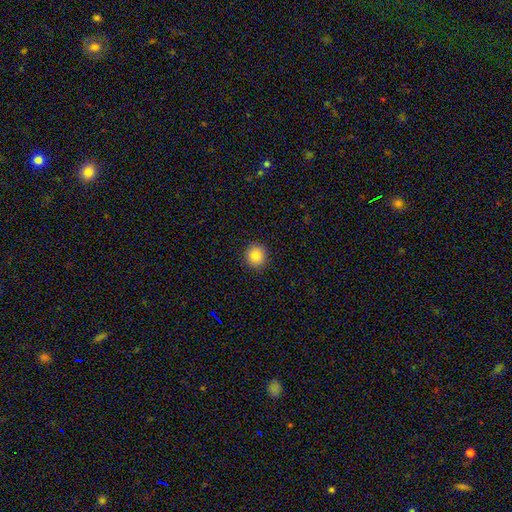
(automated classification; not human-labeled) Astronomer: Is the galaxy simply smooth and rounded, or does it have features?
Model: smooth — 86%.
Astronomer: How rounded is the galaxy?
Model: round — 88%.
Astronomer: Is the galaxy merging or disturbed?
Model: none — 91%.